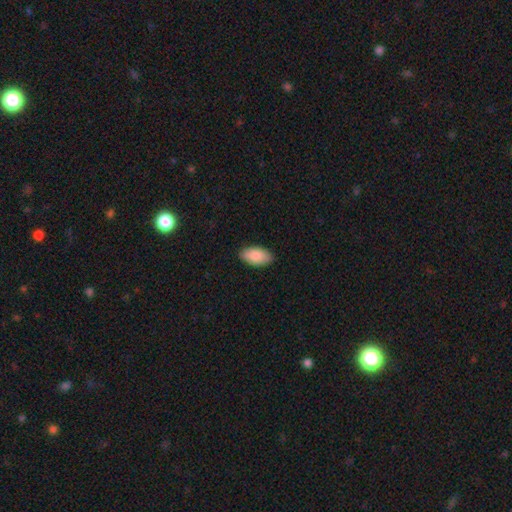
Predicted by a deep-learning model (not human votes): Smooth or featured? Predicted: smooth (p=0.88). How rounded? Predicted: in between (p=0.95). Merging? Predicted: none (p=0.88).